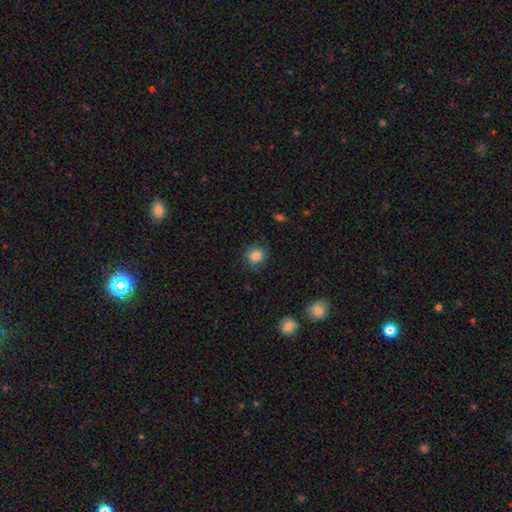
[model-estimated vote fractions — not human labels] Smooth or featured: smooth — 84% (star or artifact — 9%)
How rounded: round — 82% (in between — 17%)
Merging: none — 82% (minor disturbance — 13%)